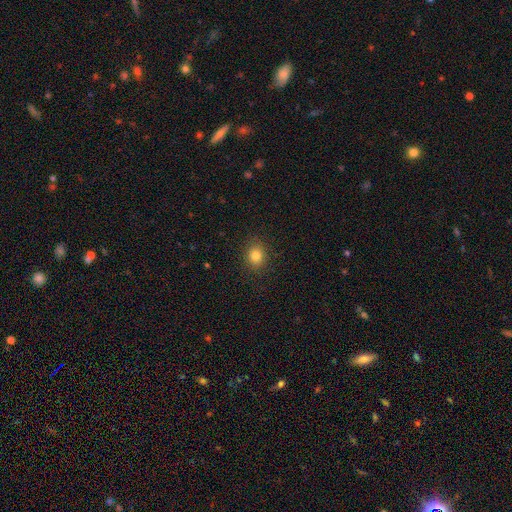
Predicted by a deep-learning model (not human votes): Smooth or featured: smooth — 81% (star or artifact — 12%)
How rounded: round — 65% (in between — 34%)
Merging: none — 89% (minor disturbance — 8%)